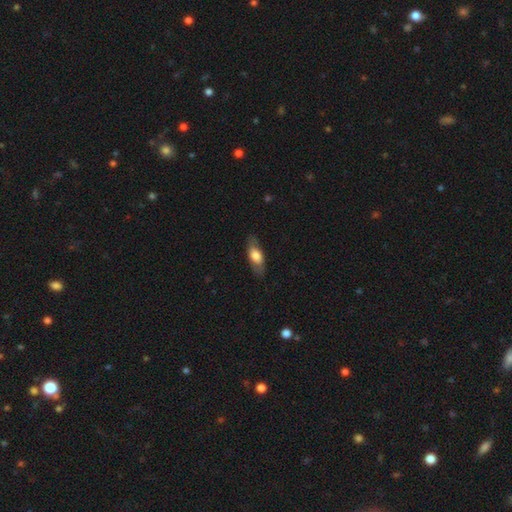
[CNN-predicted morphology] A smooth galaxy with no disk features (66%) that is in between round and cigar-shaped (77%). Merging: none (80%).